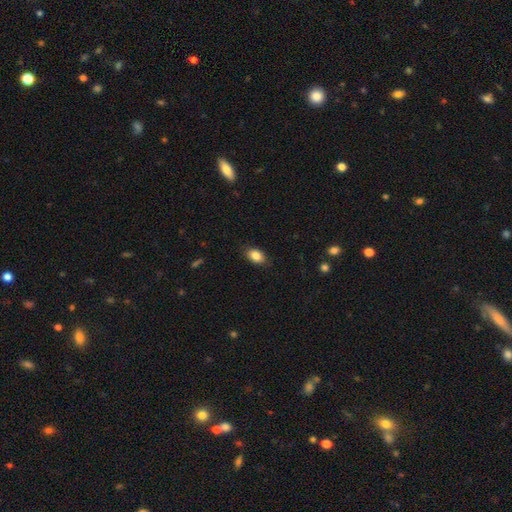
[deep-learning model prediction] smooth 86%, star or artifact 8%, featured or disk 6%. Down the decision tree: how rounded — in between (87%); merging — none (85%).